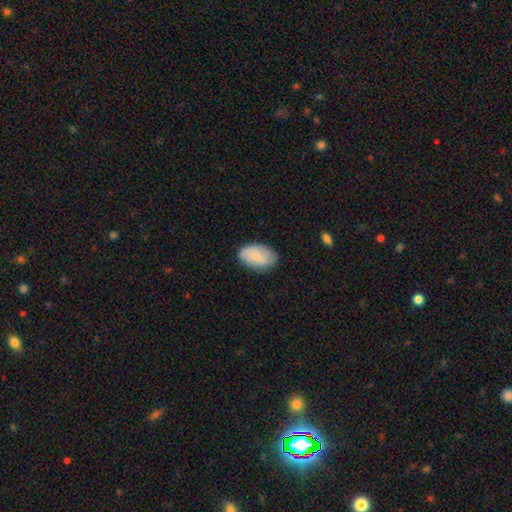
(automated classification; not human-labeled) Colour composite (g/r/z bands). It shows a smooth galaxy with no disk features (76%) that is in between round and cigar-shaped (92%). Merging: none (79%).